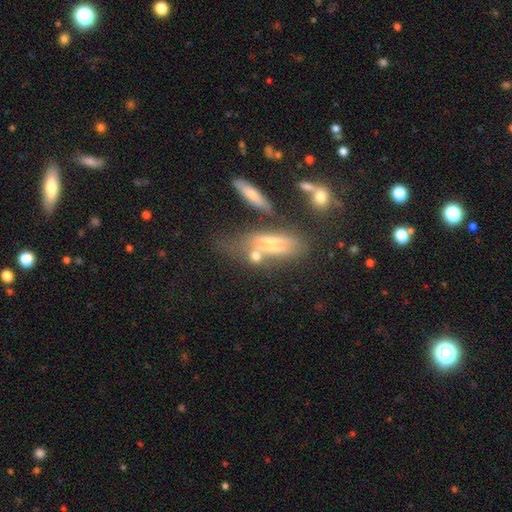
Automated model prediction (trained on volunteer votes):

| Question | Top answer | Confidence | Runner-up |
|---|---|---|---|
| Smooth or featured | smooth | 49% | featured or disk (34%) |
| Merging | none | 48% | merger (20%) |